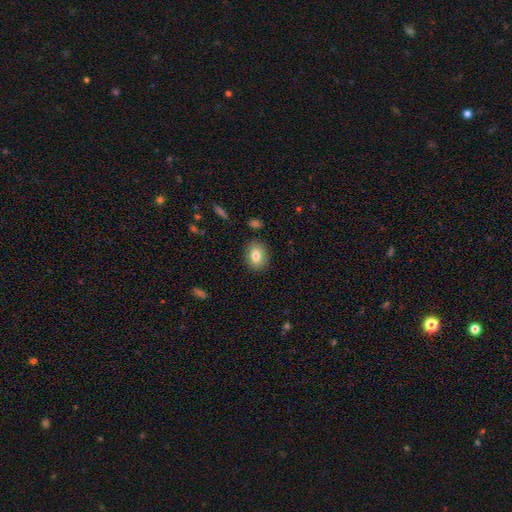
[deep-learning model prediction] This appears to be a smooth galaxy with no disk features (79%) that is in between round and cigar-shaped (64%). Merging: none (86%).